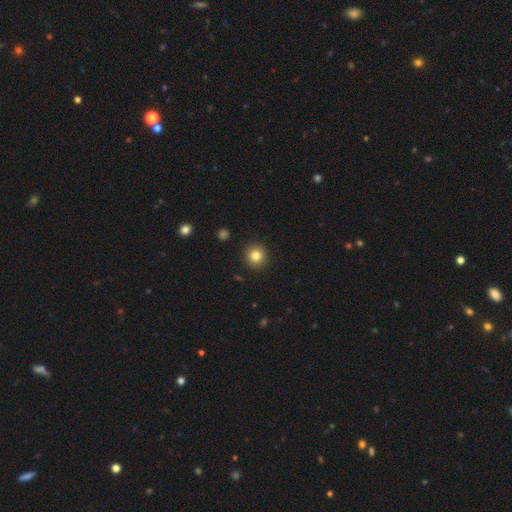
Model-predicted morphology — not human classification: Smooth or featured? smooth (82%)
How rounded? round (94%)
Merging? none (92%)